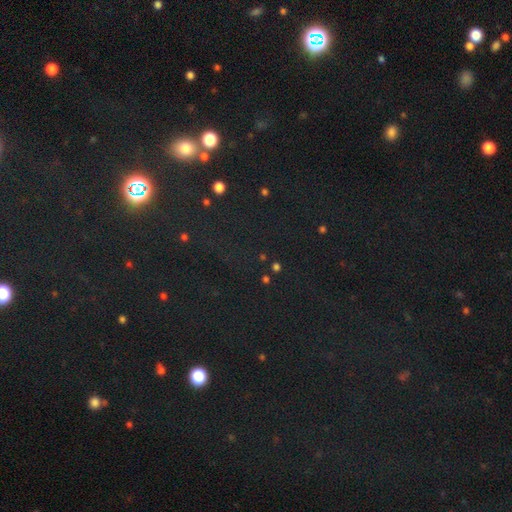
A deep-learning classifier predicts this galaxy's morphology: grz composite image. It shows a star or artifact, not a galaxy (74%).